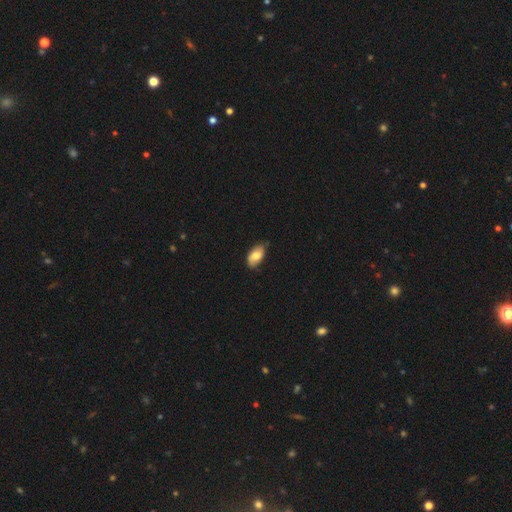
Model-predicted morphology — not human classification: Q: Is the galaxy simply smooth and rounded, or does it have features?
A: smooth — 76%.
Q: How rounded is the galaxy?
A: in between — 94%.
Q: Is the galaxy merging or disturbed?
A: none — 73%.